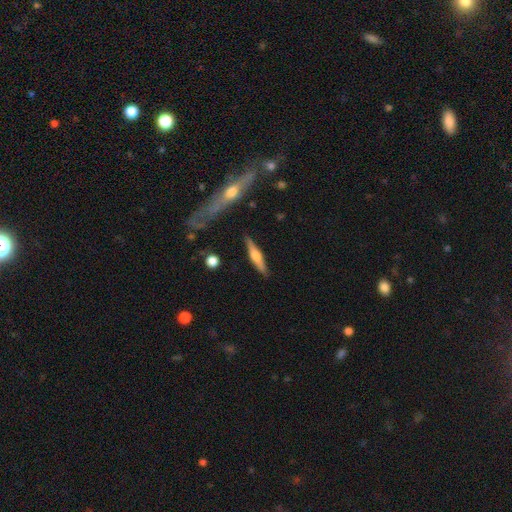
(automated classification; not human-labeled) Overall: featured or disk (53%; smooth 41%). Edge-on disk: yes (95%). Edge-on bulge: rounded (86%). Merging: none (87%).